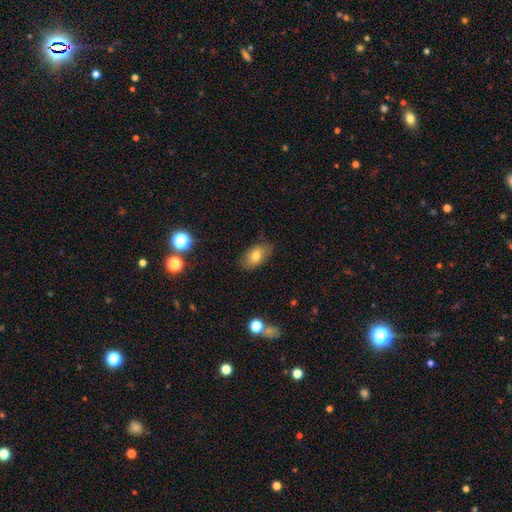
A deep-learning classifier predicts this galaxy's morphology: Smooth or featured? smooth (75%)
How rounded? in between (90%)
Merging? none (81%)